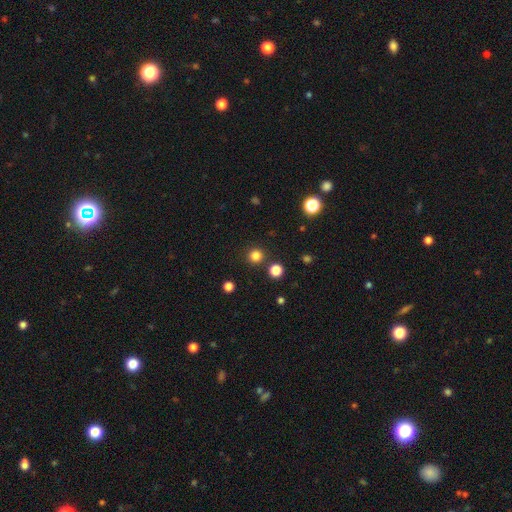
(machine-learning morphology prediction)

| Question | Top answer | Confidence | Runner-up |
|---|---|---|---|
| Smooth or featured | smooth | 81% | star or artifact (15%) |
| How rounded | round | 94% | in between (5%) |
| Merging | none | 89% | minor disturbance (5%) |